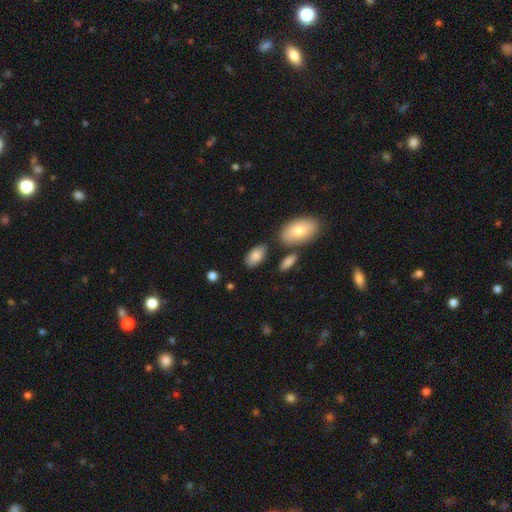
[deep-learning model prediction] Q: Smooth or featured?
A: smooth (83%); runner-up: featured or disk (10%)
Q: How rounded?
A: in between (94%); runner-up: round (3%)
Q: Merging?
A: none (76%); runner-up: minor disturbance (13%)